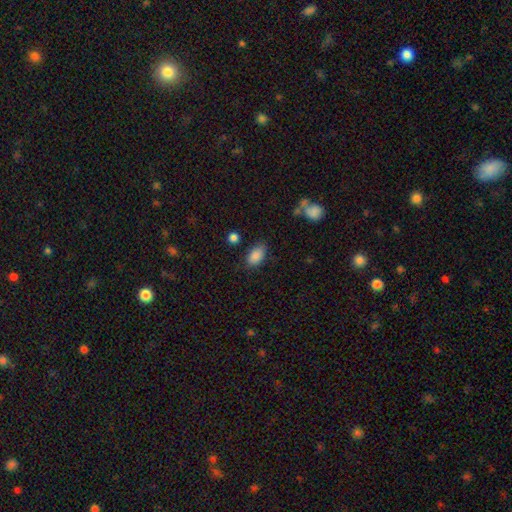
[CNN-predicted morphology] The model was most divided on "merging": none: 74%, minor disturbance: 19%, major disturbance: 5%, merger: 2%. More confident: how rounded — in between (91%); smooth or featured — smooth (88%).